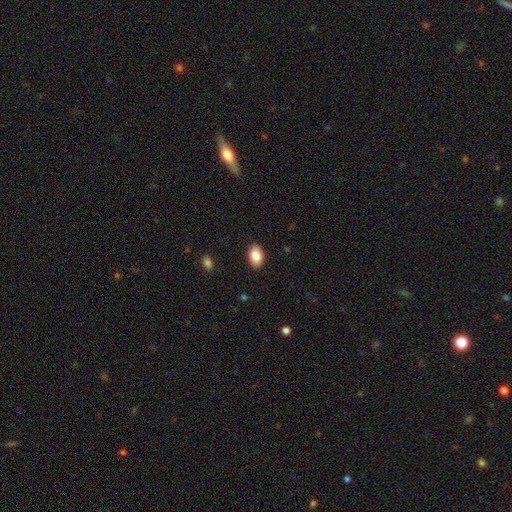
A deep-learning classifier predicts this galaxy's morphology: This appears to be a smooth galaxy with no disk features (87%) that is in between round and cigar-shaped (89%). Merging: none (89%).